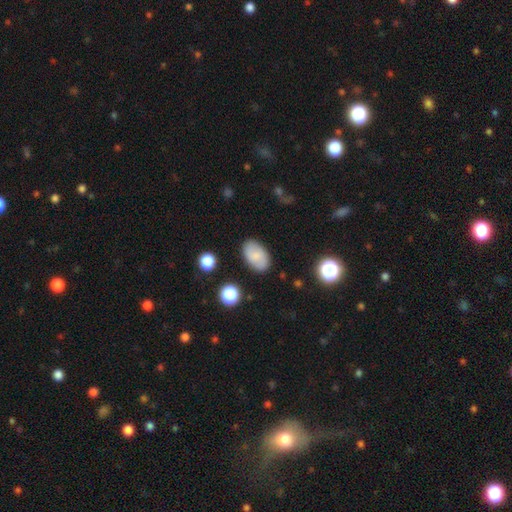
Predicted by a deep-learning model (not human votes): This appears to be a smooth galaxy with no disk features (74%) that is in between round and cigar-shaped (91%). Merging: none (83%).